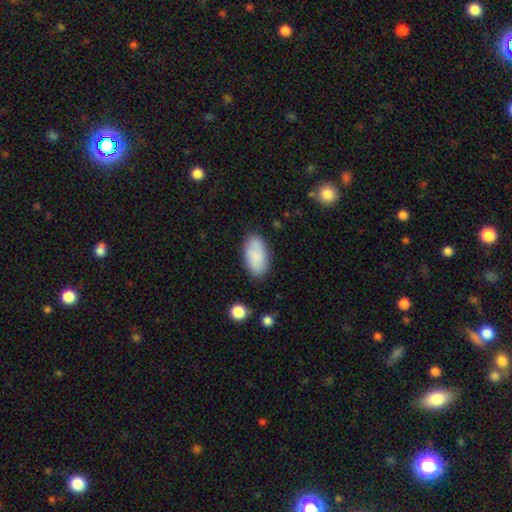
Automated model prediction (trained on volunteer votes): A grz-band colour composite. It shows a smooth galaxy with no disk features (77%) that is in between round and cigar-shaped (94%). Merging: none (81%).